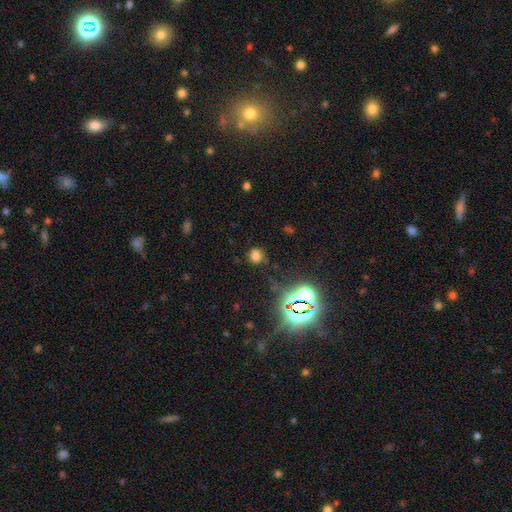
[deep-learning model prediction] smooth-or-featured: smooth: 65% | star or artifact: 28% | featured or disk: 7%
  how-rounded: round: 74% | in between: 24% | cigar-shaped: 1%
  merging: none: 75% | minor disturbance: 15% | major disturbance: 6% | merger: 4%